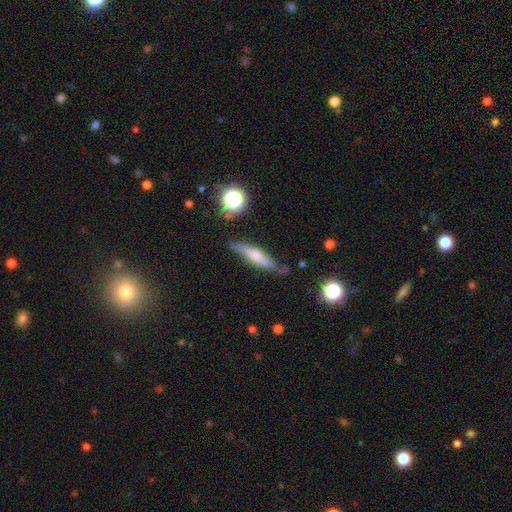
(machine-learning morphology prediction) type=featured or disk (46%); merging=none (72%).